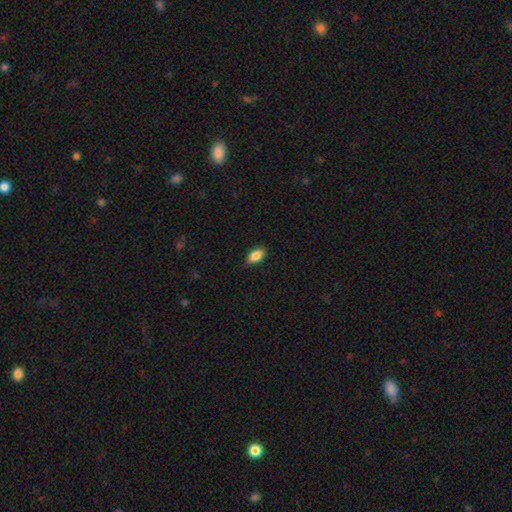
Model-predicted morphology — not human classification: Smooth or featured? Predicted: smooth (p=0.85). How rounded? Predicted: in between (p=0.91). Merging? Predicted: none (p=0.86).